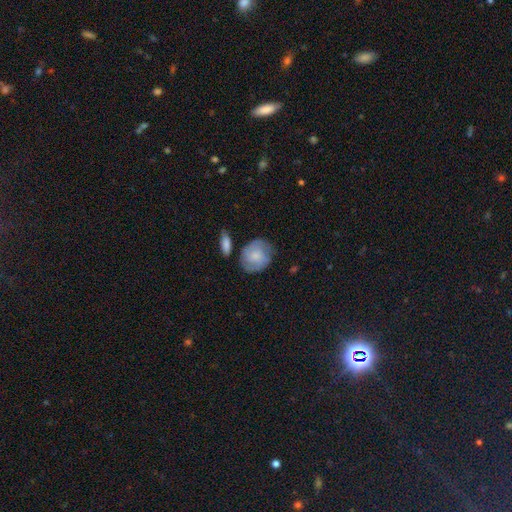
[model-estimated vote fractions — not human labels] smooth-or-featured: smooth: 66% | featured or disk: 28% | star or artifact: 6%
  how-rounded: round: 61% | in between: 38% | cigar-shaped: 1%
  merging: none: 63% | minor disturbance: 23% | merger: 7% | major disturbance: 7%